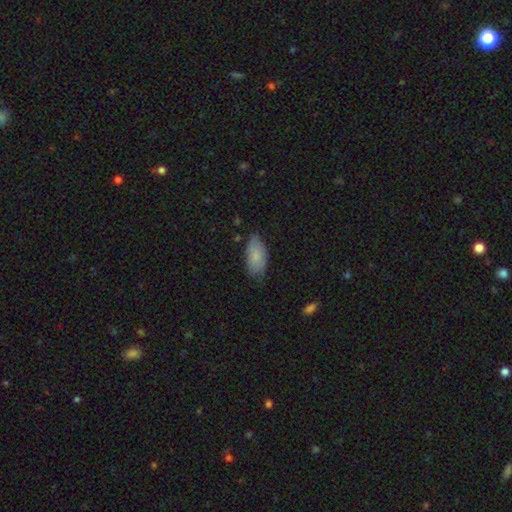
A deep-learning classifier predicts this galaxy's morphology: A smooth galaxy with no disk features (82%) that is in between round and cigar-shaped (93%). Merging: none (69%).